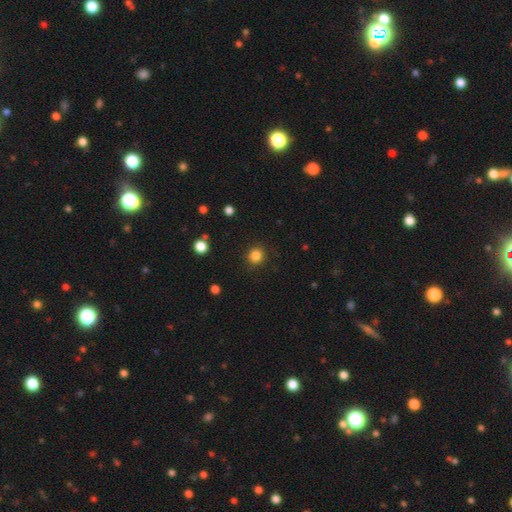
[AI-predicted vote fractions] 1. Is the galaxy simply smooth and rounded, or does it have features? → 84% smooth, 12% star or artifact, 4% featured or disk.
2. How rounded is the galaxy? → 90% round, 9% in between, 1% cigar-shaped.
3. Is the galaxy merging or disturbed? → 89% none, 7% minor disturbance, 3% major disturbance, 1% merger.